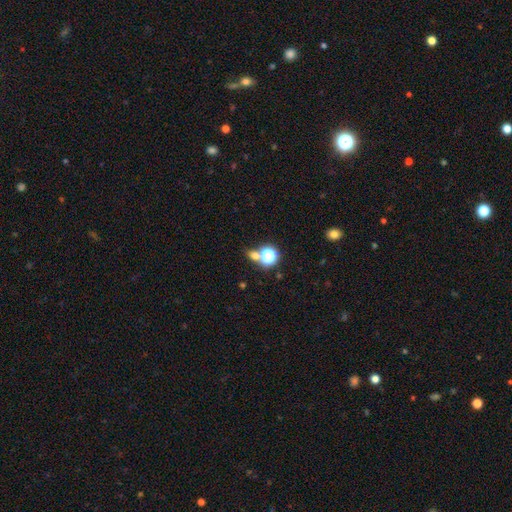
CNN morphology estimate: Smooth or featured?
  - smooth: 57% *
  - star or artifact: 34%
  - featured or disk: 9%
How rounded?
  - round: 72% *
  - in between: 25%
  - cigar-shaped: 2%
Merging?
  - none: 59% *
  - merger: 29%
  - minor disturbance: 8%
  - major disturbance: 5%